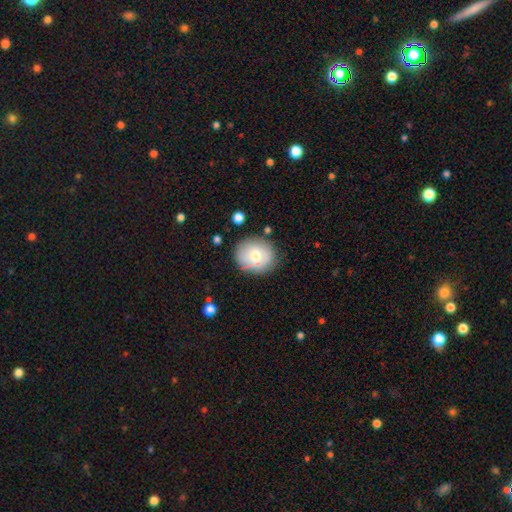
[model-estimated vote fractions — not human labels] Morphology: type=smooth (66%); roundness=round (77%); merging=none (77%).